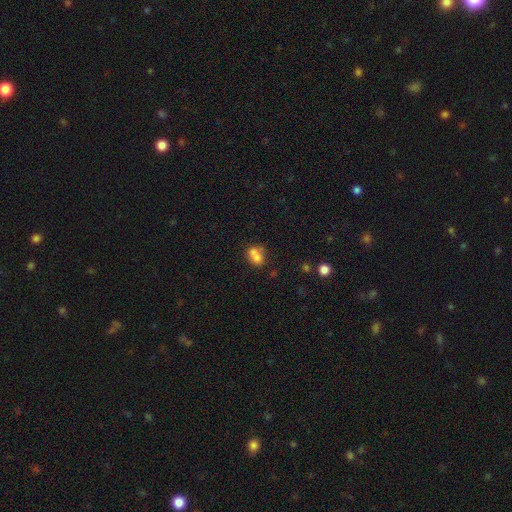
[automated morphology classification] Smooth or featured: smooth — 72% (featured or disk — 17%)
How rounded: in between — 52% (round — 47%)
Merging: merger — 55% (none — 29%)